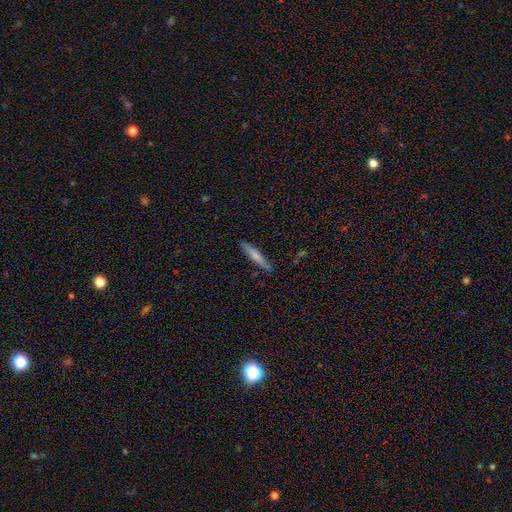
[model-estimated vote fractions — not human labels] Smooth or featured?
  - smooth: 74% *
  - featured or disk: 20%
  - star or artifact: 6%
How rounded?
  - cigar-shaped: 91% *
  - in between: 8%
  - round: 1%
Merging?
  - none: 85% *
  - minor disturbance: 11%
  - major disturbance: 2%
  - merger: 1%